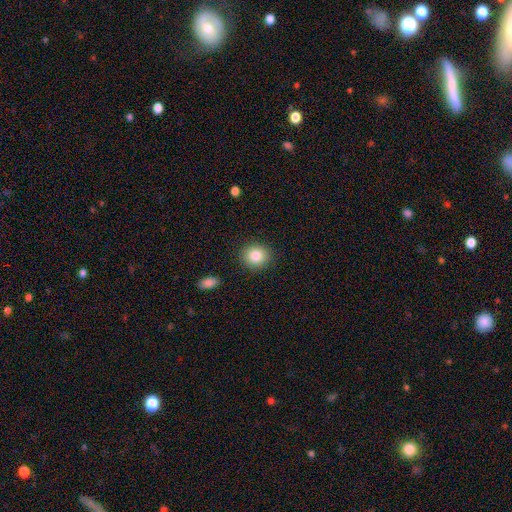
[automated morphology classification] smooth 84%, star or artifact 9%, featured or disk 7%. Down the decision tree: how rounded — round (81%); merging — none (89%).